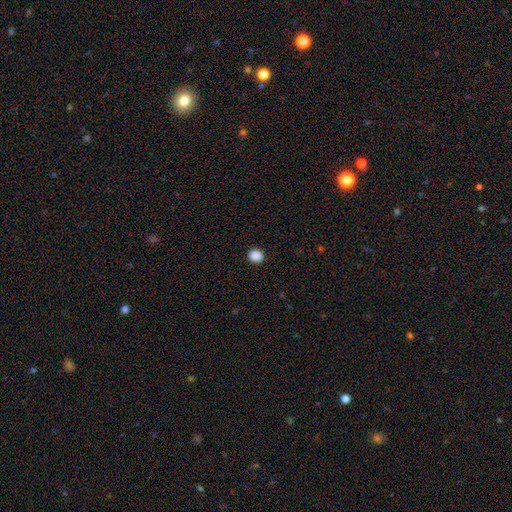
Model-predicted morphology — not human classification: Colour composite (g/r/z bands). It shows a smooth galaxy with no disk features (88%) that is round (87%). Merging: none (92%).